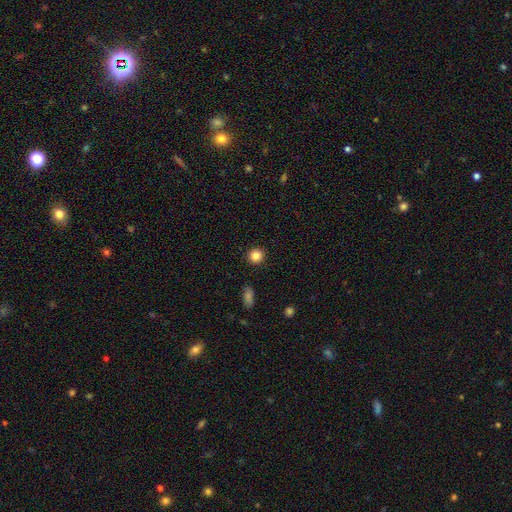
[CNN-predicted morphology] smooth 84%, star or artifact 11%, featured or disk 5%. Down the decision tree: how rounded — round (91%); merging — none (92%).